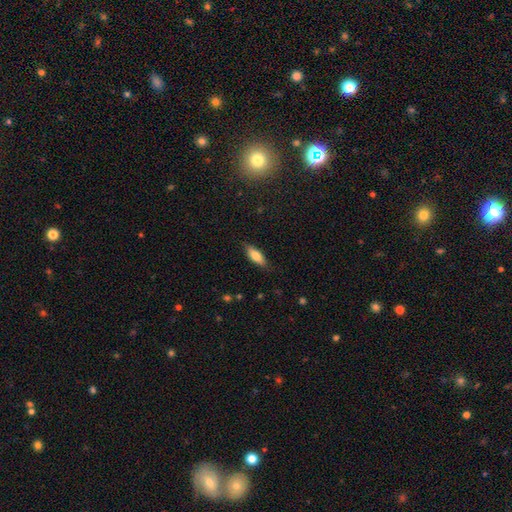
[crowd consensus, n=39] smooth 87%, featured or disk 13%, star or artifact 0%. Down the decision tree: how rounded — in between (68%); merging — none (74%).